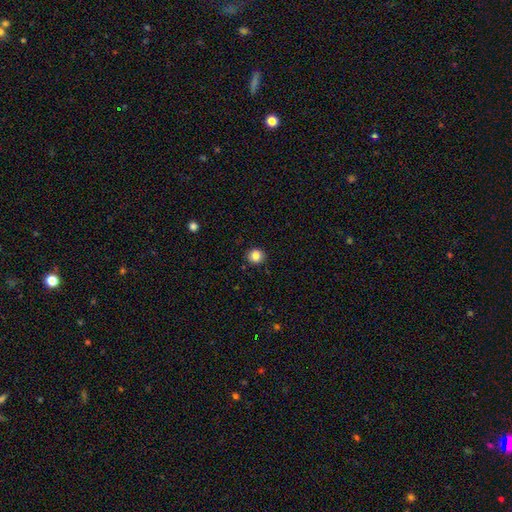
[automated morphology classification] A smooth galaxy with no disk features (85%) that is round (89%).

Vote fractions:
- Smooth or featured? smooth: 85% / star or artifact: 10% / featured or disk: 5%
- How rounded? round: 89% / in between: 10% / cigar-shaped: 1%
- Merging? none: 90% / minor disturbance: 7% / major disturbance: 2% / merger: 1%